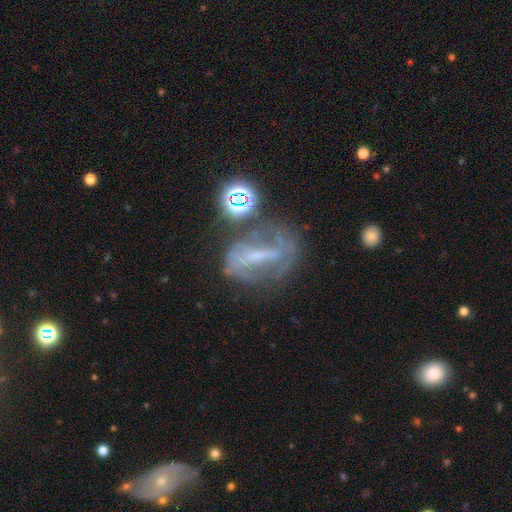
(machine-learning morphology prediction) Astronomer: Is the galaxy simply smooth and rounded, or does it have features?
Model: featured or disk — 65%.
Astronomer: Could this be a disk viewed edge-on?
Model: no — 90%.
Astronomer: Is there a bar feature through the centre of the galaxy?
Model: strong — 46% (runner-up: weak, 34%).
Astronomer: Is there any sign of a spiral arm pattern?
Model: yes — 59% (runner-up: no, 41%).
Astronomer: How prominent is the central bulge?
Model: small — 45% (runner-up: none, 30%).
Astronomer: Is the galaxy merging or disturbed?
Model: none — 44% (runner-up: major disturbance, 24%).